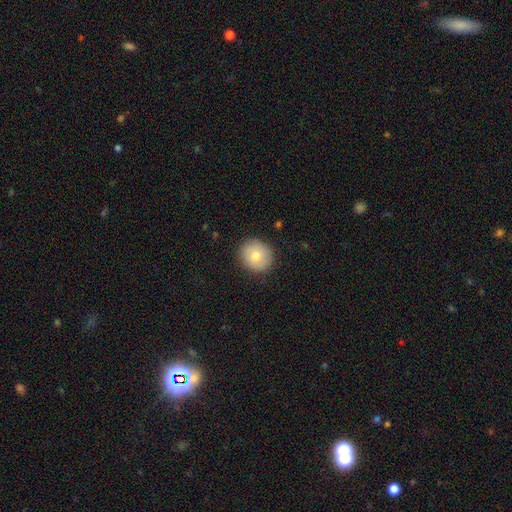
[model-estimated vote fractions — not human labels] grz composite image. It shows a smooth galaxy with no disk features (75%) that is round (83%). Merging: none (89%).